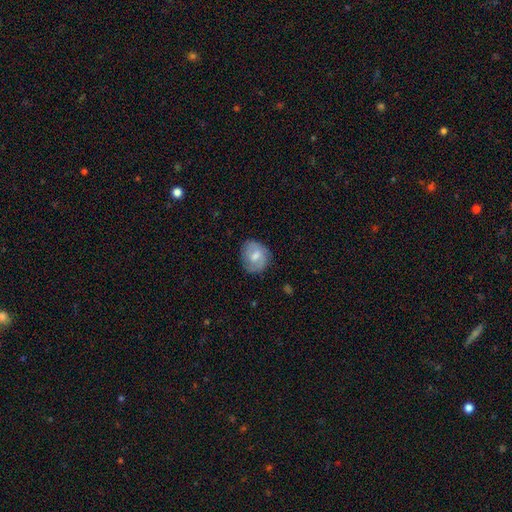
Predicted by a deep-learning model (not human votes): Smooth or featured? Predicted: smooth (p=0.56). How rounded? Predicted: round (p=0.68). Merging? Predicted: none (p=0.74).